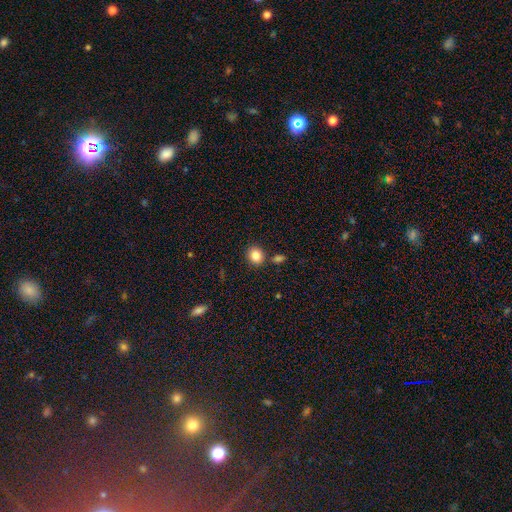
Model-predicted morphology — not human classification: smooth-or-featured: smooth: 86% | star or artifact: 9% | featured or disk: 5%
  how-rounded: round: 64% | in between: 35% | cigar-shaped: 1%
  merging: none: 80% | minor disturbance: 9% | merger: 8% | major disturbance: 3%